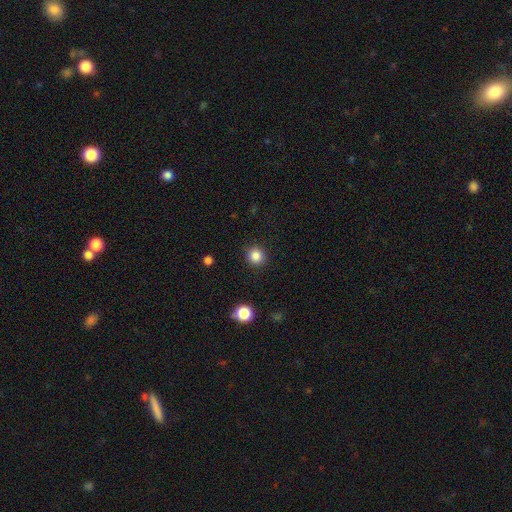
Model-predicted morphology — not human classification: type=smooth (85%); roundness=round (92%); merging=none (91%).